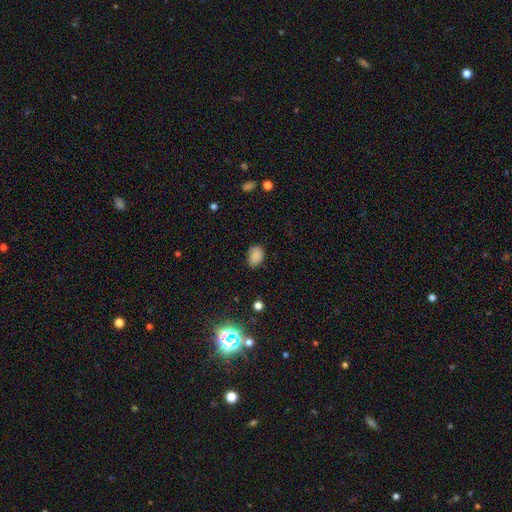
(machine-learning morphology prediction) Smooth or featured? Predicted: smooth (p=0.85). How rounded? Predicted: in between (p=0.81). Merging? Predicted: none (p=0.75).